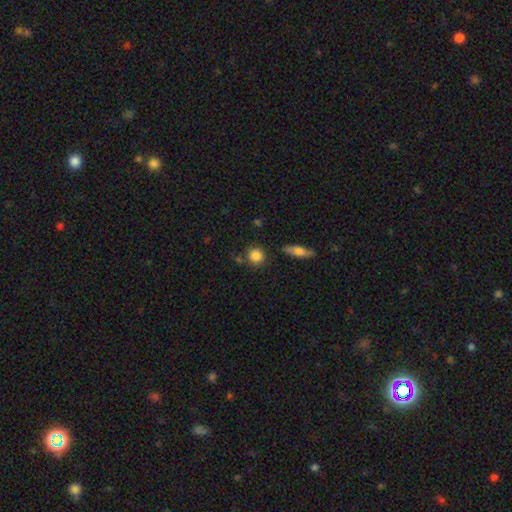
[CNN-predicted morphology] smooth 84%, star or artifact 9%, featured or disk 7%. Down the decision tree: how rounded — round (87%); merging — none (76%).